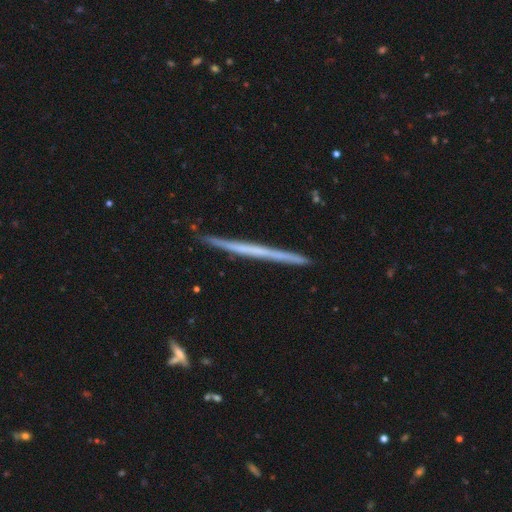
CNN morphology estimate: Smooth or featured?
  - featured or disk: 64% *
  - smooth: 29%
  - star or artifact: 7%
Edge-on disk?
  - yes: 97% *
  - no: 3%
Edge-on bulge?
  - none: 80% *
  - rounded: 16%
  - boxy: 4%
Merging?
  - none: 88% *
  - minor disturbance: 9%
  - merger: 2%
  - major disturbance: 1%